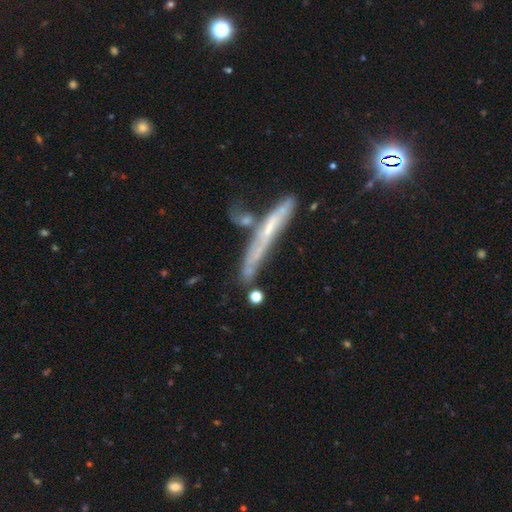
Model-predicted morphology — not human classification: This is possibly a featured or disk galaxy (50%). It is likely viewed edge-on (68%). Merging: possibly none (45%).